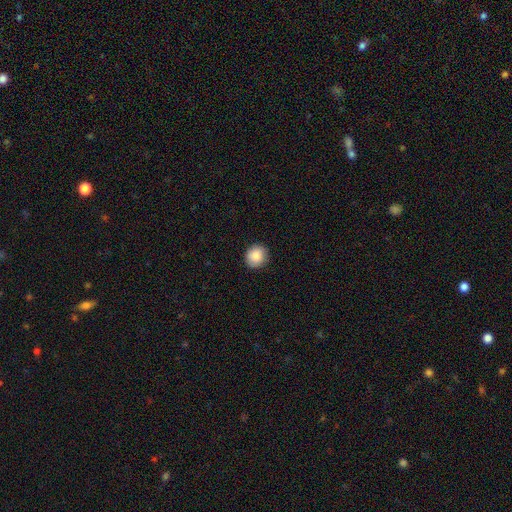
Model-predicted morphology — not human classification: smooth_or_featured: smooth (p=0.86) [alt: star or artifact p=0.08]
how_rounded: round (p=0.83) [alt: in between p=0.16]
merging: none (p=0.88) [alt: minor disturbance p=0.09]